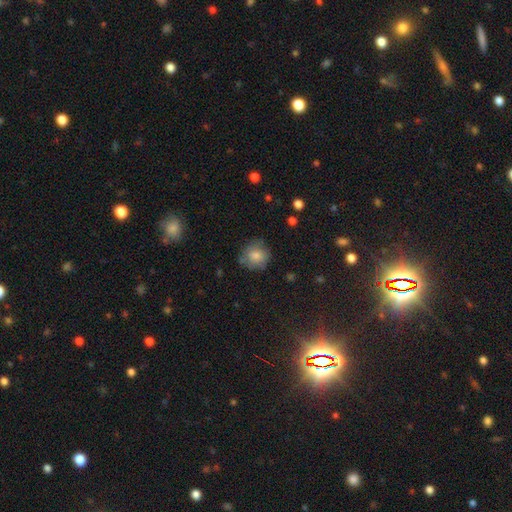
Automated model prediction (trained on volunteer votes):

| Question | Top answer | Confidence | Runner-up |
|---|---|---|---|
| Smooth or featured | smooth | 78% | featured or disk (13%) |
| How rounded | round | 85% | in between (14%) |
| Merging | none | 71% | minor disturbance (20%) |